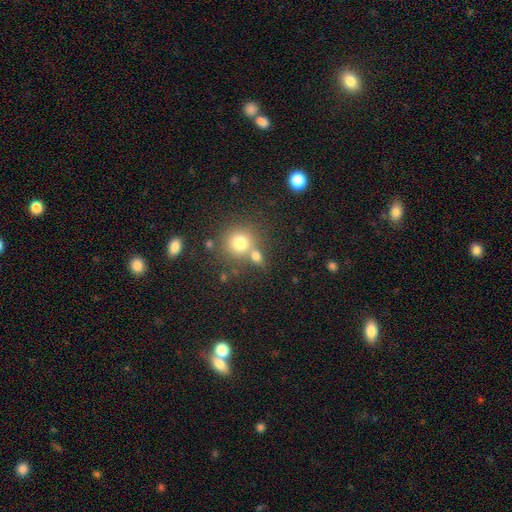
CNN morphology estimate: Smooth or featured?
  - smooth: 75% *
  - star or artifact: 14%
  - featured or disk: 11%
How rounded?
  - round: 62% *
  - in between: 35%
  - cigar-shaped: 2%
Merging?
  - none: 52% *
  - merger: 34%
  - minor disturbance: 10%
  - major disturbance: 4%